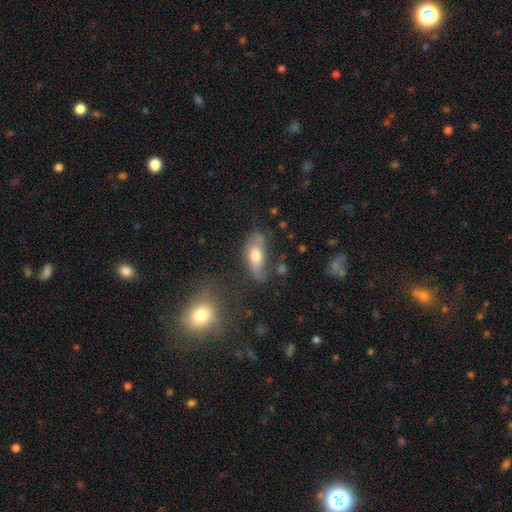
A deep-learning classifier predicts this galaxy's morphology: The model was most divided on "merging": none: 50%, minor disturbance: 29%, major disturbance: 16%, merger: 6%. More confident: how rounded — in between (79%); smooth or featured — smooth (63%).